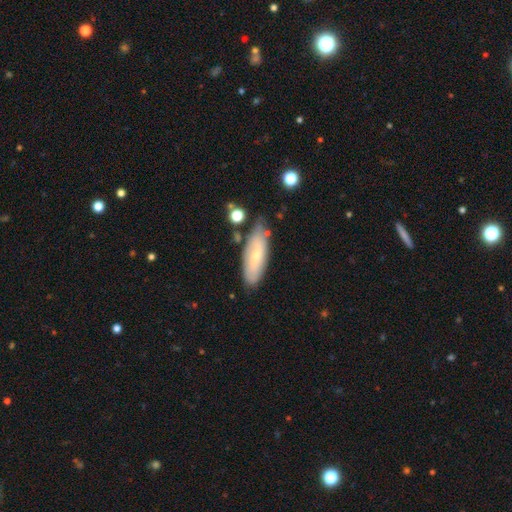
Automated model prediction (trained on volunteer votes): smooth-or-featured: smooth: 54% | featured or disk: 39% | star or artifact: 7%
  how-rounded: in between: 58% | cigar-shaped: 40% | round: 2%
  merging: none: 68% | minor disturbance: 22% | merger: 5% | major disturbance: 5%